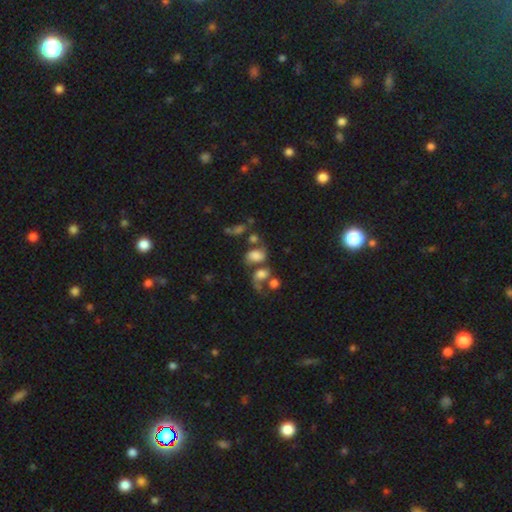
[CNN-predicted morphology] type=smooth (52%); roundness=in between (69%); merging=merger (43%).